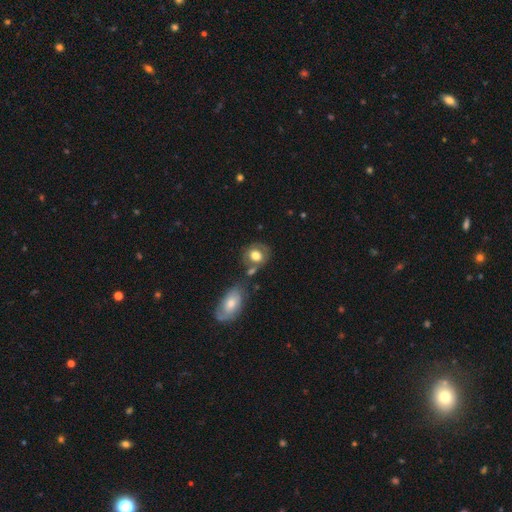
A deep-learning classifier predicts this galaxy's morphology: Smooth or featured? smooth (67%)
How rounded? round (61%)
Merging? none (54%)